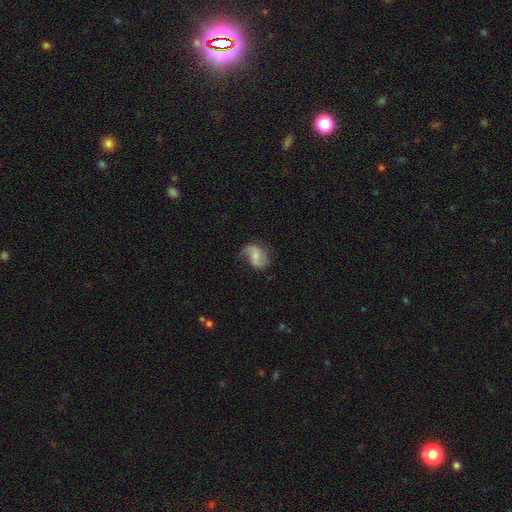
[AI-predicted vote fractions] featured or disk 64%, smooth 29%, star or artifact 7%. Down the decision tree: edge-on disk — no (97%); bar — no (46%); spiral arms — yes (91%); spiral arm count — 2 (83%); spiral winding — loose (56%); bulge size — small (46%); merging — none (60%).